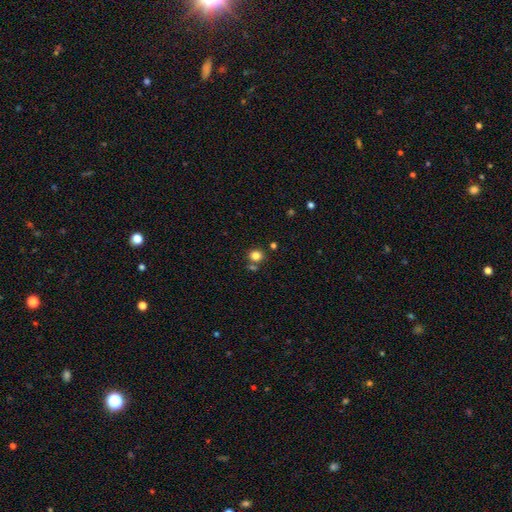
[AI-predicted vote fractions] Q: Smooth or featured?
A: smooth (81%); runner-up: star or artifact (13%)
Q: How rounded?
A: round (83%); runner-up: in between (16%)
Q: Merging?
A: none (73%); runner-up: merger (14%)